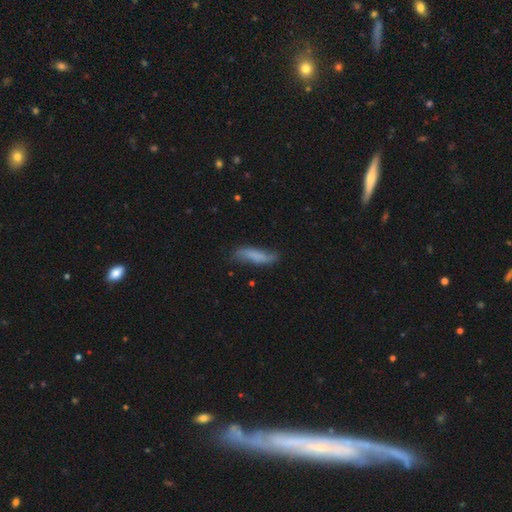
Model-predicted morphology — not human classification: Overall: smooth (61%; featured or disk 31%). How rounded: cigar-shaped (68%; in between 30%). Merging: none (62%; minor disturbance 27%).